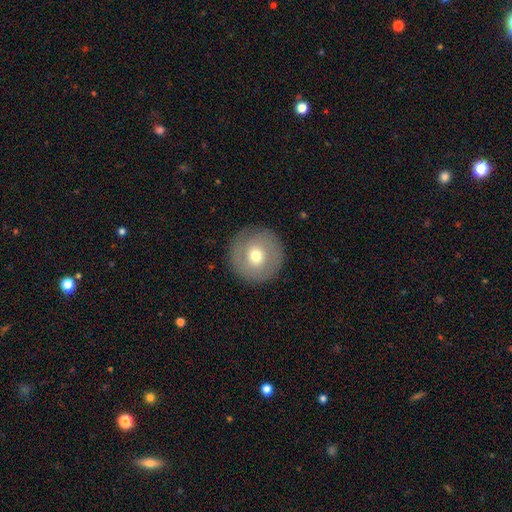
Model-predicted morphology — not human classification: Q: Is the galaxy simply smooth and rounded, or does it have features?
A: smooth — 59%.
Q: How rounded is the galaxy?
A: round — 96%.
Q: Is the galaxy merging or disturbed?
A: none — 88%.